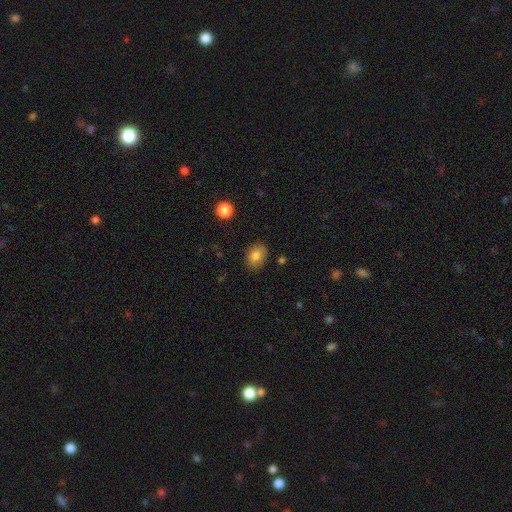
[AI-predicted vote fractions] A smooth galaxy with no disk features (81%) that is in between round and cigar-shaped (72%).

Vote fractions:
- Smooth or featured? smooth: 81% / featured or disk: 11% / star or artifact: 9%
- How rounded? in between: 72% / round: 27% / cigar-shaped: 1%
- Merging? none: 86% / minor disturbance: 10% / major disturbance: 2% / merger: 1%